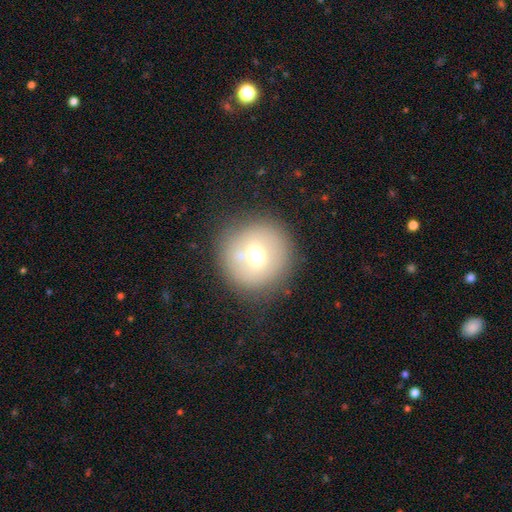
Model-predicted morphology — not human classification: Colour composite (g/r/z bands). It shows a smooth galaxy with no disk features (61%) that is round (95%). Merging: none (79%).